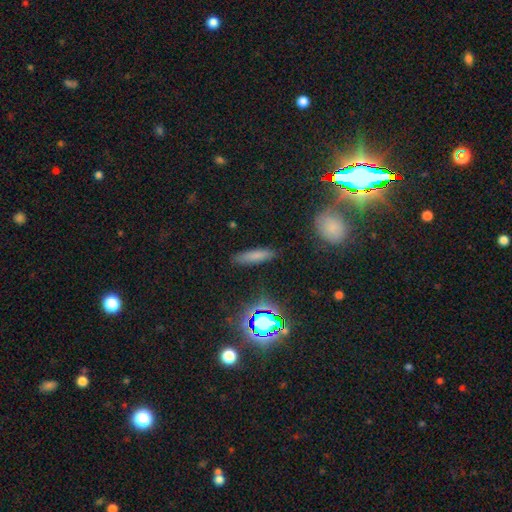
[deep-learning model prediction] Overall: smooth (72%). How rounded: cigar-shaped (76%). Merging: none (85%).